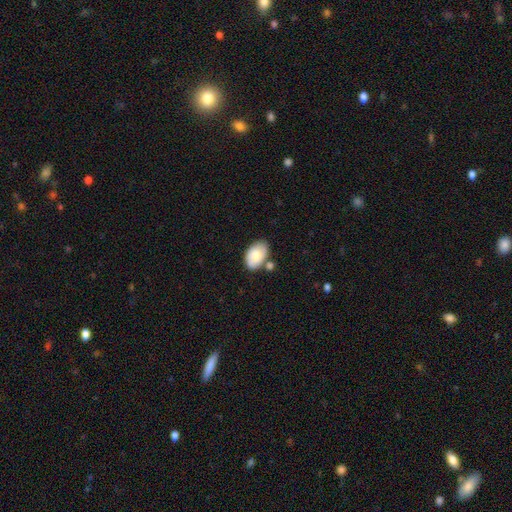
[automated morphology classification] The model was most divided on "merging": none: 62%, minor disturbance: 18%, merger: 15%, major disturbance: 4%. More confident: how rounded — in between (91%); smooth or featured — smooth (71%).